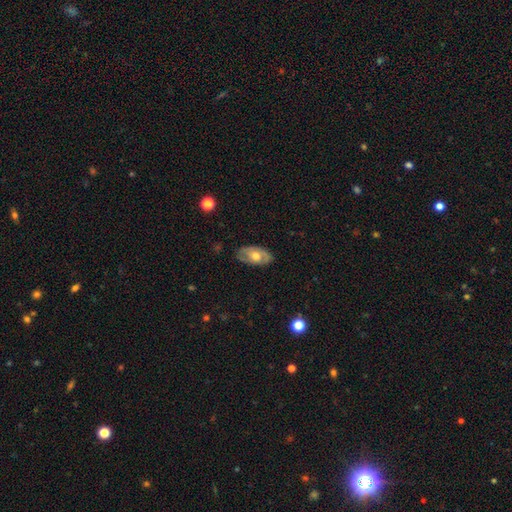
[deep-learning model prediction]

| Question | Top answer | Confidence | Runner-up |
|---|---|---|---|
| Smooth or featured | featured or disk | 50% | smooth (44%) |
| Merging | none | 76% | minor disturbance (18%) |